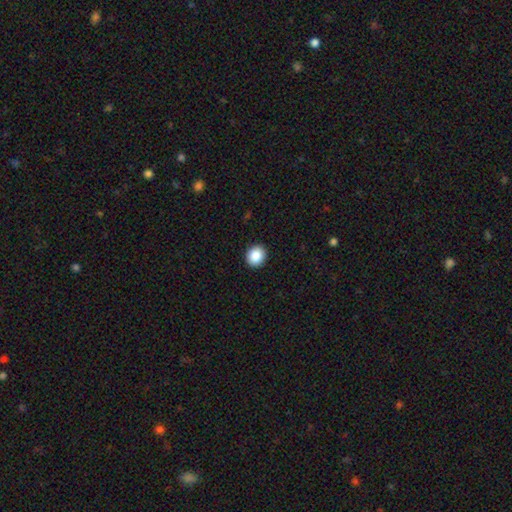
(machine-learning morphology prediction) A smooth galaxy with no disk features (87%) that is round (80%). Merging: none (92%).